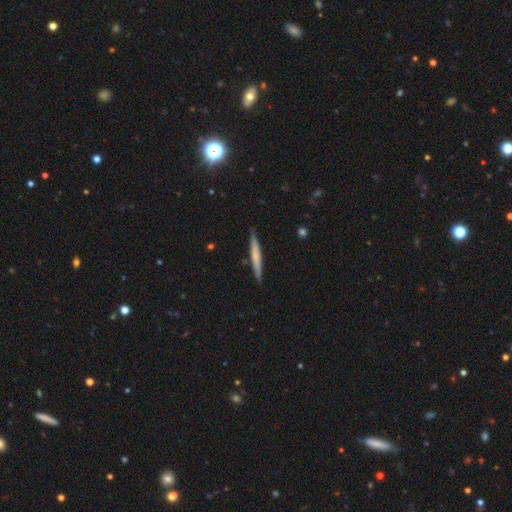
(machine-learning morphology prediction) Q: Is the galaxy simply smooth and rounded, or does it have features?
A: smooth — 56%.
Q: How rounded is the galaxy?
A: cigar-shaped — 96%.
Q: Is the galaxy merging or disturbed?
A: none — 88%.